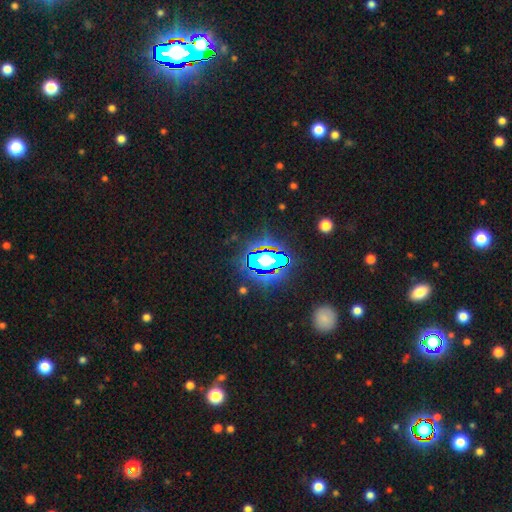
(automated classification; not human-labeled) A star or artifact, not a galaxy (77%).

Vote fractions:
- Smooth or featured? star or artifact: 77% / smooth: 13% / featured or disk: 10%